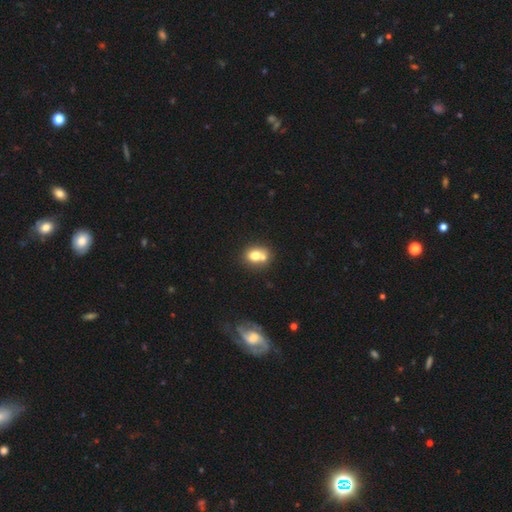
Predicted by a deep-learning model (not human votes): Smooth or featured?
  - smooth: 72% *
  - featured or disk: 17%
  - star or artifact: 10%
How rounded?
  - round: 52% *
  - in between: 47%
  - cigar-shaped: 1%
Merging?
  - none: 43% *
  - merger: 42%
  - minor disturbance: 11%
  - major disturbance: 4%